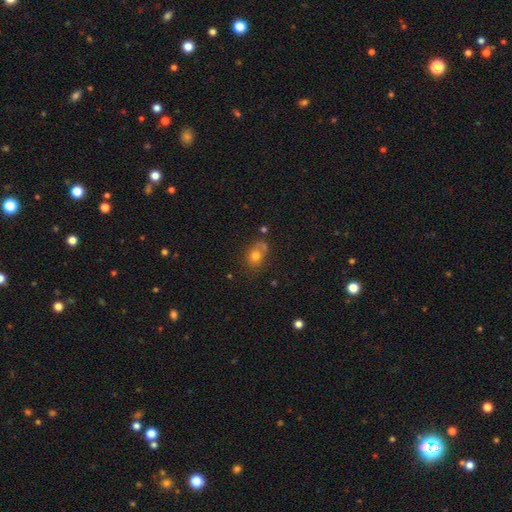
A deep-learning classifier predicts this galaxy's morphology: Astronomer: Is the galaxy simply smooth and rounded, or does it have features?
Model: smooth — 73%.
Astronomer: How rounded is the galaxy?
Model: round — 56% (runner-up: in between, 43%).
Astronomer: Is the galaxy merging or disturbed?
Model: none — 51%.